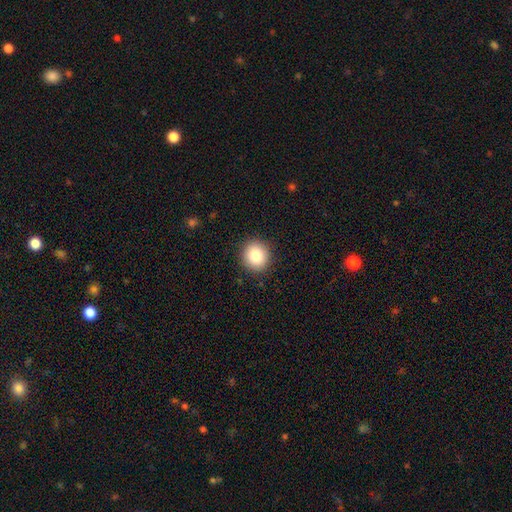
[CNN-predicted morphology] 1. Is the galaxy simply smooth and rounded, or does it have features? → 85% smooth, 9% star or artifact, 6% featured or disk.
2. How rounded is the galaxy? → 86% round, 13% in between, 1% cigar-shaped.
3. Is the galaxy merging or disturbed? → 91% none, 6% minor disturbance, 2% major disturbance, 1% merger.